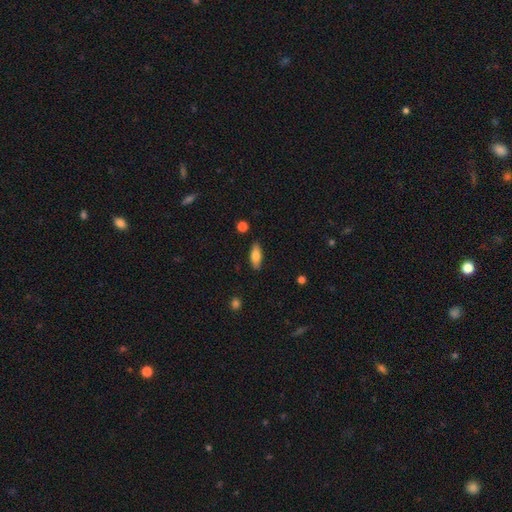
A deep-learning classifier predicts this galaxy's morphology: type=smooth (77%); roundness=in between (71%); merging=none (85%).